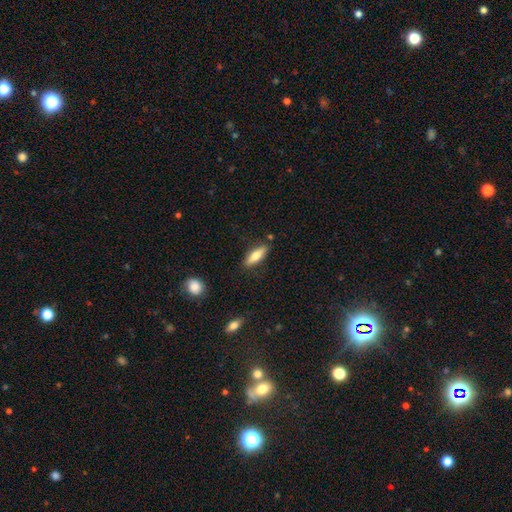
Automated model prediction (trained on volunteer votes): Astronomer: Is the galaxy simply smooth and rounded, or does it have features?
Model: smooth — 68%.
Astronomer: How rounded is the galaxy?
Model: cigar-shaped — 52% (runner-up: in between, 46%).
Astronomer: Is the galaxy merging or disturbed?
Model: none — 83%.